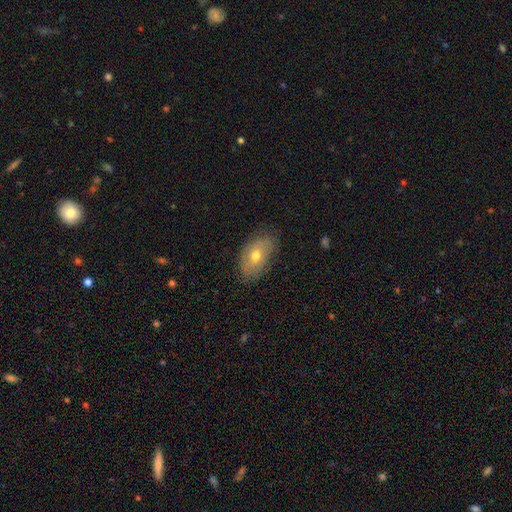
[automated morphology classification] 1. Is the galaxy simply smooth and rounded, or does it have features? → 59% smooth, 33% featured or disk, 8% star or artifact.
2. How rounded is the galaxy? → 90% in between, 8% round, 2% cigar-shaped.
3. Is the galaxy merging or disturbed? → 75% none, 20% minor disturbance, 4% major disturbance, 1% merger.